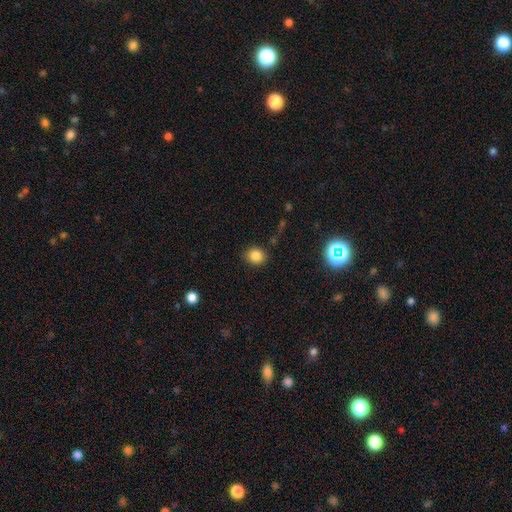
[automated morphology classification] Smooth or featured: smooth — 84% (star or artifact — 11%)
How rounded: round — 78% (in between — 21%)
Merging: none — 85% (minor disturbance — 10%)